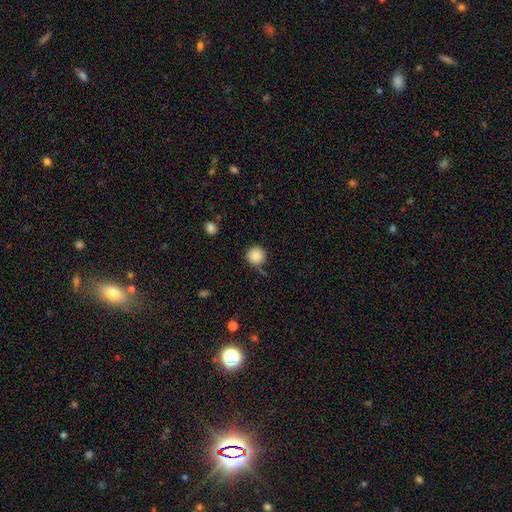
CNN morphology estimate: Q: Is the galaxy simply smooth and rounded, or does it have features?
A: smooth — 87%.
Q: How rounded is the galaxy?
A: round — 96%.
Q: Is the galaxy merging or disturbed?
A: none — 84%.